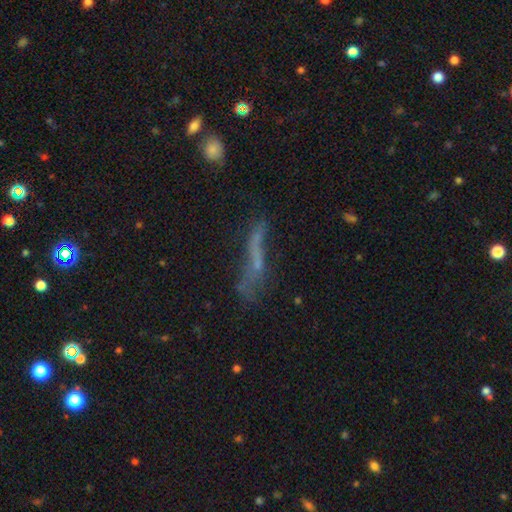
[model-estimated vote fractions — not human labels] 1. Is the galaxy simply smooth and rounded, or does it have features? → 41% featured or disk, 39% smooth, 20% star or artifact.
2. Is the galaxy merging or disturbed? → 46% none, 23% major disturbance, 23% minor disturbance, 8% merger.